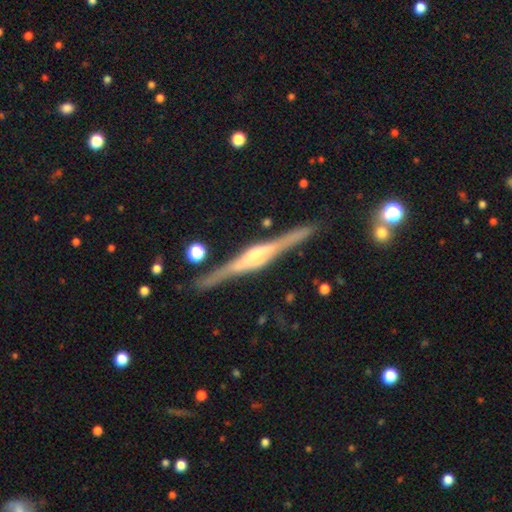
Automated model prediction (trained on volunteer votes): The model was most divided on "edge-on bulge": rounded: 74%, boxy: 20%, none: 6%. More confident: edge-on disk — yes (98%); merging — none (86%); smooth or featured — featured or disk (83%).